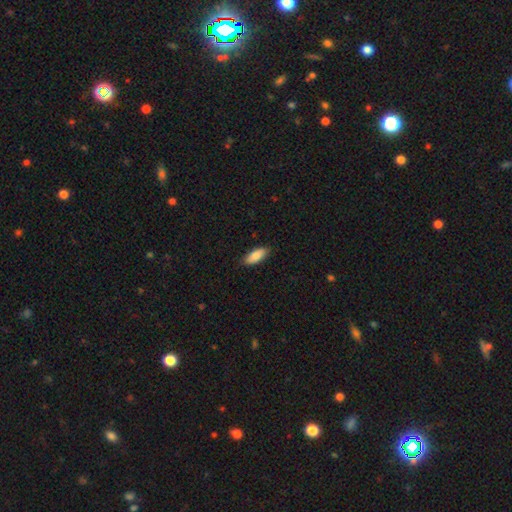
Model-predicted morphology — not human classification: Smooth or featured? smooth (85%)
How rounded? in between (79%)
Merging? none (87%)